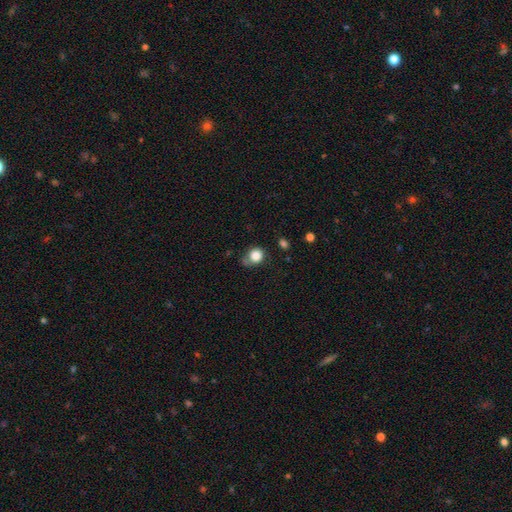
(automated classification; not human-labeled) smooth_or_featured: smooth (p=0.84) [alt: star or artifact p=0.10]
how_rounded: round (p=0.79) [alt: in between p=0.20]
merging: none (p=0.55) [alt: minor disturbance p=0.28]